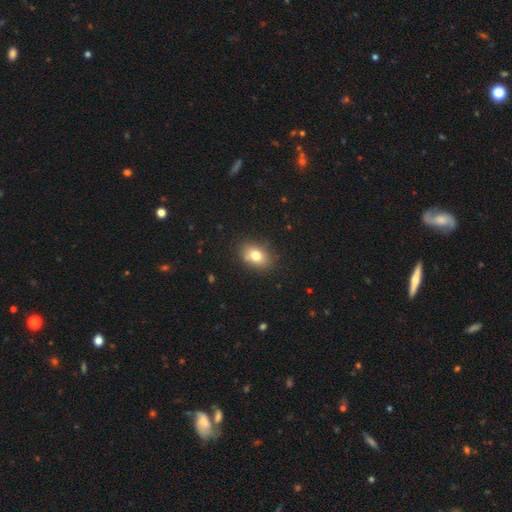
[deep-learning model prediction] smooth-or-featured: smooth: 78% | featured or disk: 12% | star or artifact: 10%
  how-rounded: in between: 76% | round: 22% | cigar-shaped: 1%
  merging: none: 83% | minor disturbance: 12% | major disturbance: 3% | merger: 2%